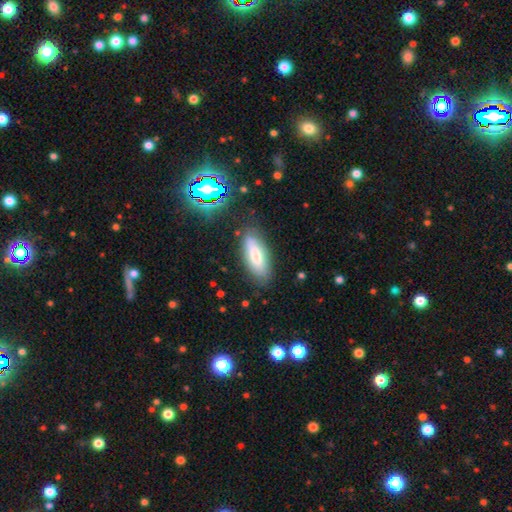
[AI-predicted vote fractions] Smooth or featured?
  - smooth: 68% *
  - featured or disk: 22%
  - star or artifact: 11%
How rounded?
  - in between: 71% *
  - cigar-shaped: 27%
  - round: 2%
Merging?
  - none: 81% *
  - minor disturbance: 13%
  - major disturbance: 3%
  - merger: 2%